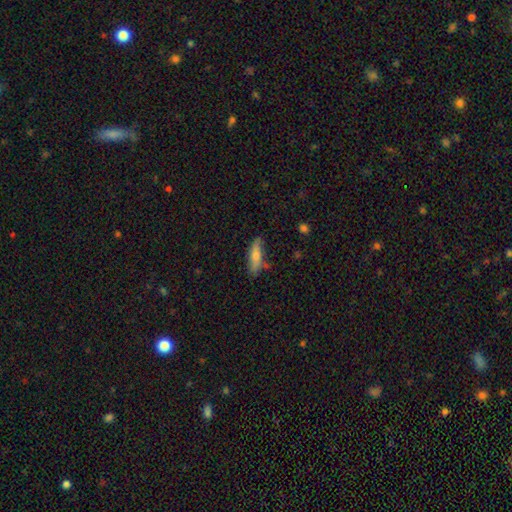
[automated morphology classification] Smooth or featured: smooth — 63% (featured or disk — 31%)
How rounded: cigar-shaped — 65% (in between — 32%)
Merging: none — 70% (minor disturbance — 21%)